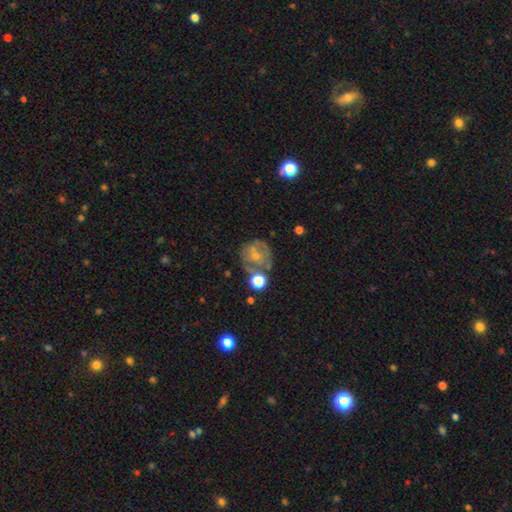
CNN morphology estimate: Q: Smooth or featured?
A: featured or disk (49%); runner-up: smooth (36%)
Q: Merging?
A: none (59%); runner-up: minor disturbance (19%)